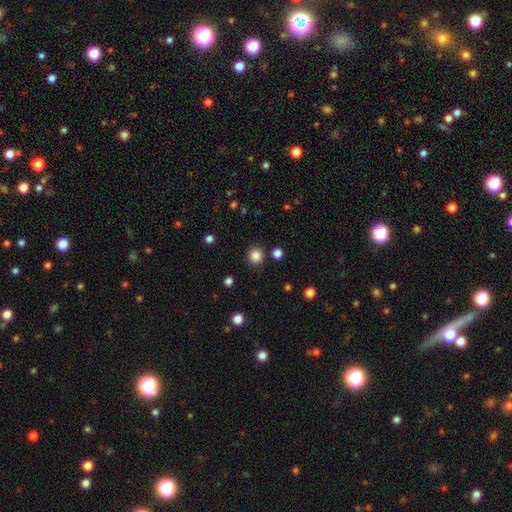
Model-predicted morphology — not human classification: A smooth galaxy with no disk features (85%) that is round (89%). Merging: none (88%).